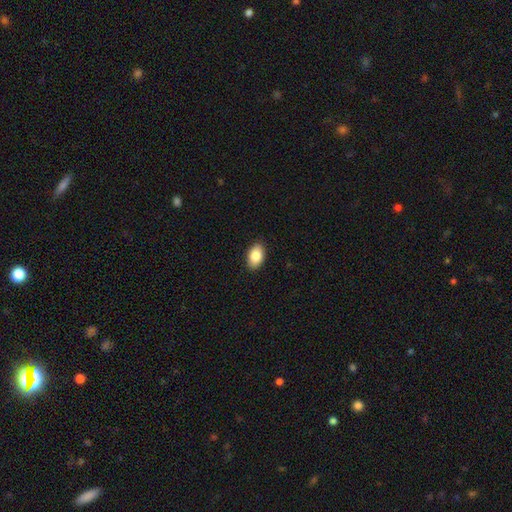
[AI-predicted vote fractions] This appears to be a smooth galaxy with no disk features (86%) that is in between round and cigar-shaped (91%). Merging: none (89%).